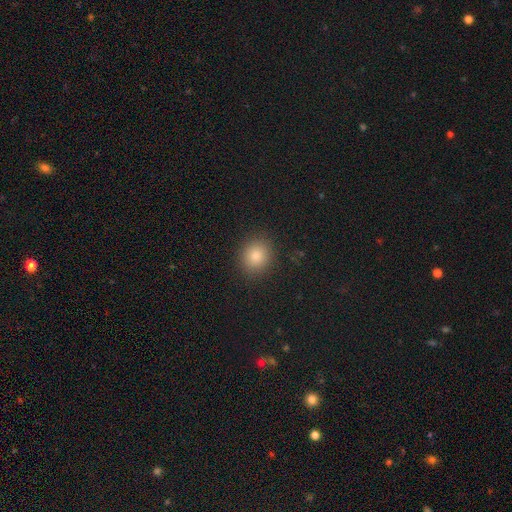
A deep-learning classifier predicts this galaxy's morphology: This is clearly a smooth galaxy (82%). How rounded: likely round (76%). Merging: clearly none (90%).